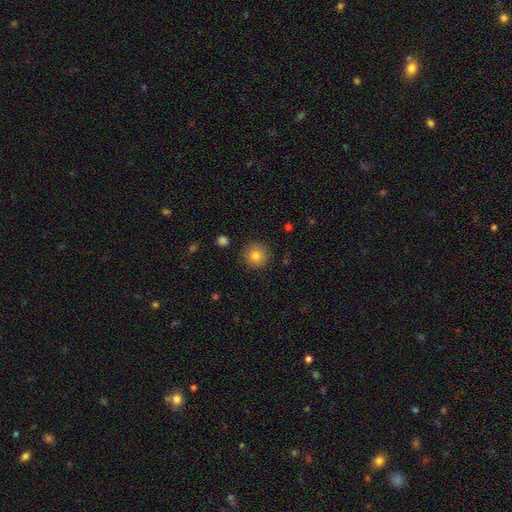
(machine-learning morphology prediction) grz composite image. It shows a smooth galaxy with no disk features (83%) that is round (95%). Merging: none (90%).